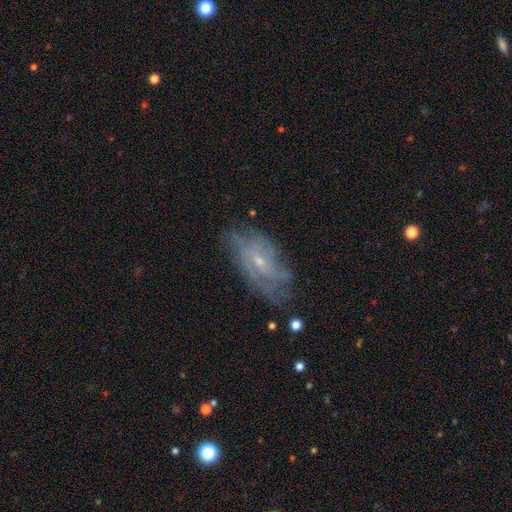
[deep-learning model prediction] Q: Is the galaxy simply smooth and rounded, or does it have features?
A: featured or disk — 63%.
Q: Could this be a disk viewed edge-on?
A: no — 90%.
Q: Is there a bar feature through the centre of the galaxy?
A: no — 61%.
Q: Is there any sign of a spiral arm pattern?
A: yes — 76%.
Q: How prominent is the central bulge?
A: small — 73%.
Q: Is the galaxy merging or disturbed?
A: none — 71%.